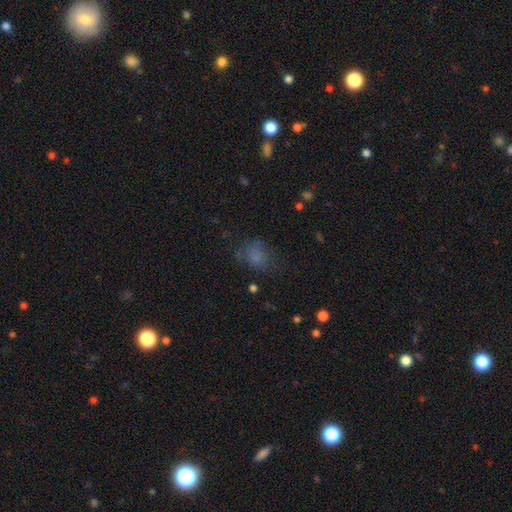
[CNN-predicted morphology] Smooth or featured? Predicted: smooth (p=0.71). How rounded? Predicted: round (p=0.53). Merging? Predicted: none (p=0.57).